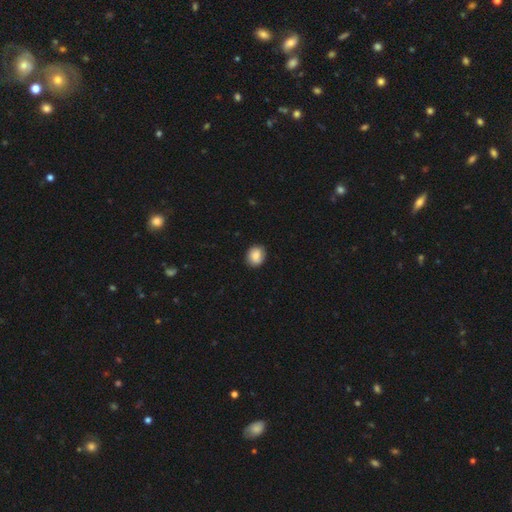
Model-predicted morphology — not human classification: The model was most divided on "how rounded": round: 66%, in between: 33%, cigar-shaped: 1%. More confident: merging — none (85%); smooth or featured — smooth (82%).